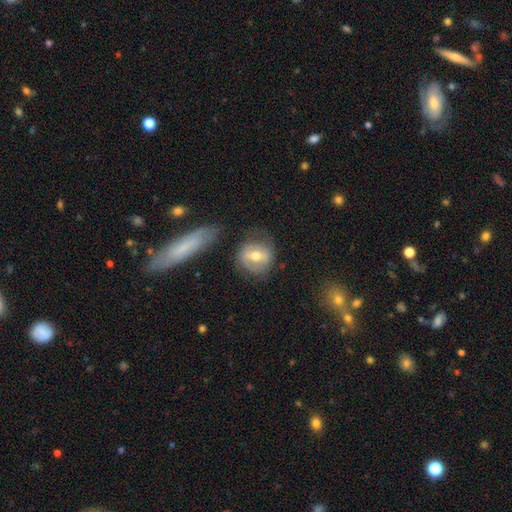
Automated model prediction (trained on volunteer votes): smooth_or_featured: featured or disk (p=0.50) [alt: smooth p=0.44]
merging: none (p=0.66) [alt: minor disturbance p=0.19]